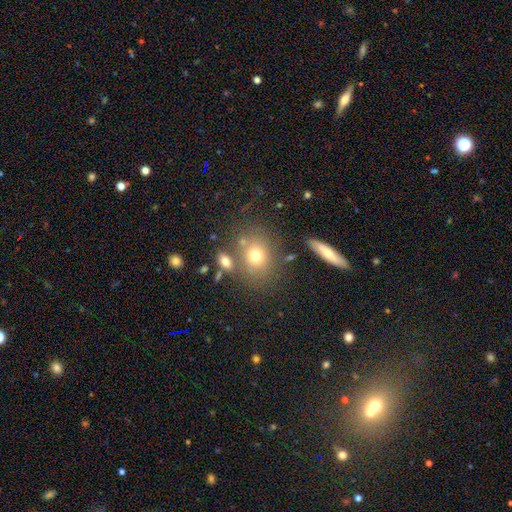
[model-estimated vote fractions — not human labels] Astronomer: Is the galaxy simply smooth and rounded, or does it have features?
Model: smooth — 70%.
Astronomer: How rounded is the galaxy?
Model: round — 57% (runner-up: in between, 41%).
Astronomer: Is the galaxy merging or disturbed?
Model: none — 70%.